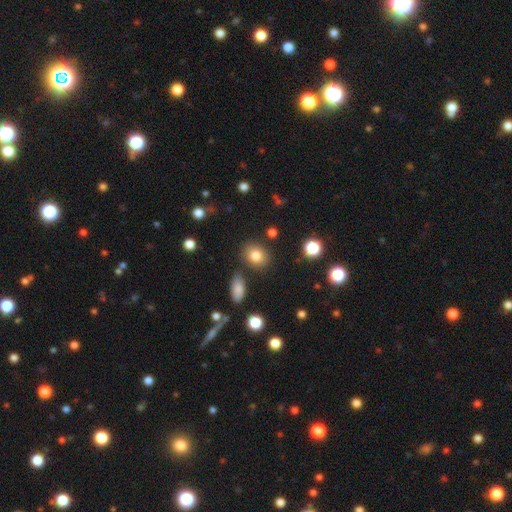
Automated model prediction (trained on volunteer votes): Smooth or featured? smooth (81%)
How rounded? round (57%)
Merging? none (81%)